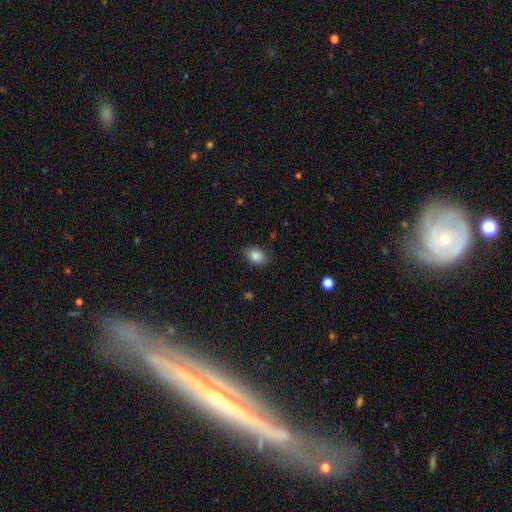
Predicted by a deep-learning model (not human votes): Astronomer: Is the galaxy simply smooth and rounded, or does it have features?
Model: smooth — 86%.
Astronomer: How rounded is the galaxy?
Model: in between — 81%.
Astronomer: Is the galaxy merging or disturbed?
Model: none — 83%.